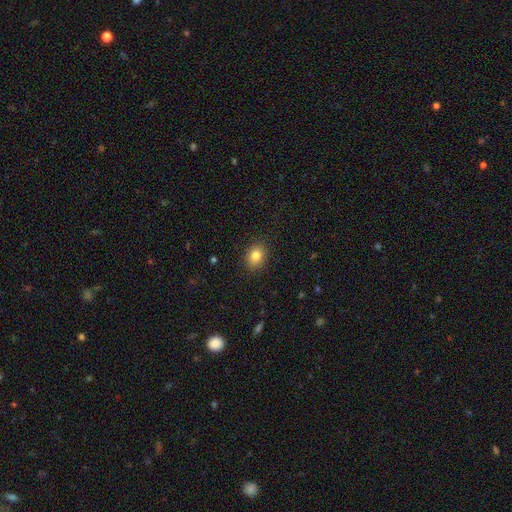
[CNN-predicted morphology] This appears to be a smooth galaxy with no disk features (85%) that is in between round and cigar-shaped (51%). Merging: none (88%).